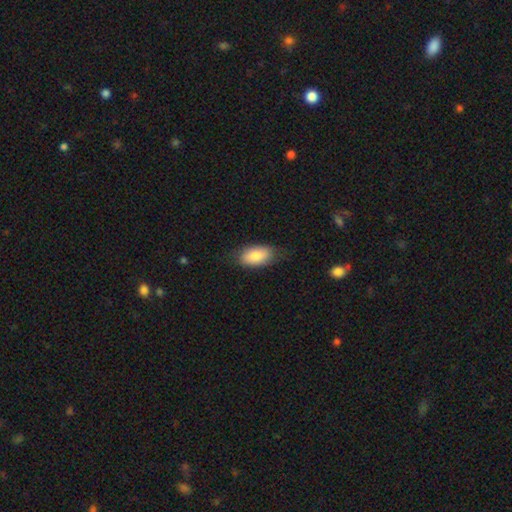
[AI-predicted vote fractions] Smooth or featured?
  - smooth: 83% *
  - featured or disk: 11%
  - star or artifact: 6%
How rounded?
  - in between: 93% *
  - round: 4%
  - cigar-shaped: 3%
Merging?
  - none: 73% *
  - minor disturbance: 21%
  - major disturbance: 5%
  - merger: 1%